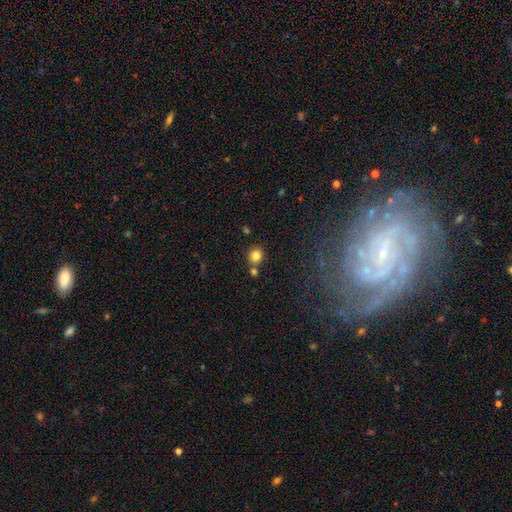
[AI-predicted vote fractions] smooth 82%, star or artifact 12%, featured or disk 6%. Down the decision tree: how rounded — round (86%); merging — none (73%).